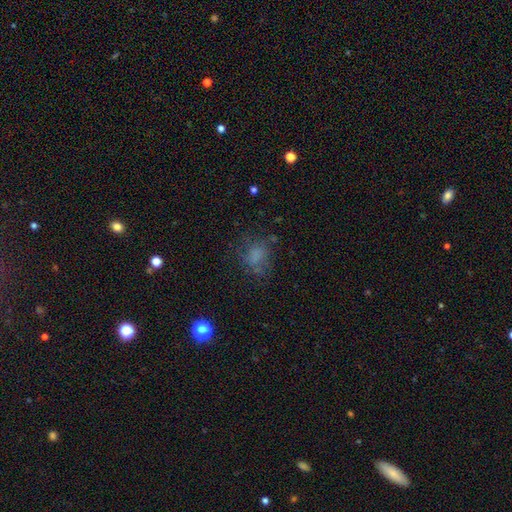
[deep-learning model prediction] Smooth or featured?
  - smooth: 63% *
  - featured or disk: 19%
  - star or artifact: 18%
How rounded?
  - round: 51% *
  - in between: 48%
  - cigar-shaped: 2%
Merging?
  - none: 59% *
  - minor disturbance: 20%
  - major disturbance: 18%
  - merger: 3%